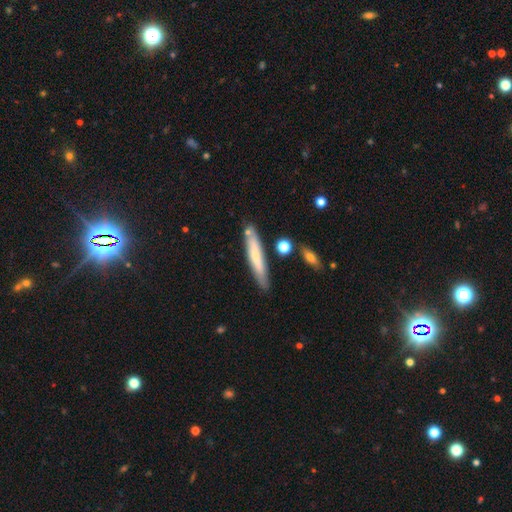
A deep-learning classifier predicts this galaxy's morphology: Smooth or featured?
  - smooth: 61% *
  - featured or disk: 33%
  - star or artifact: 6%
How rounded?
  - cigar-shaped: 92% *
  - in between: 7%
  - round: 1%
Merging?
  - none: 79% *
  - minor disturbance: 13%
  - merger: 6%
  - major disturbance: 3%